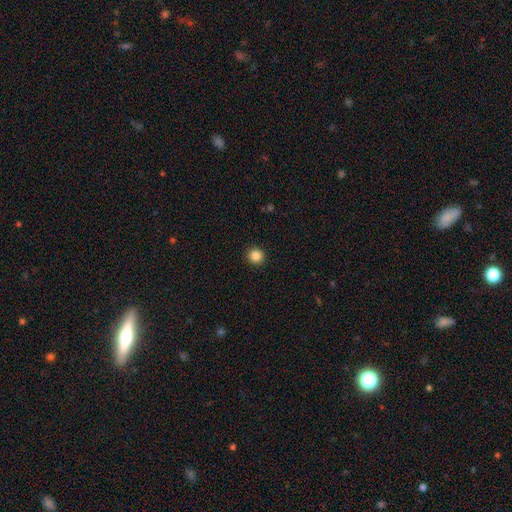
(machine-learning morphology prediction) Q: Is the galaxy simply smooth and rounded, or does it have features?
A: smooth — 86%.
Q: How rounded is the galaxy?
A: round — 93%.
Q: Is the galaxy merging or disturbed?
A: none — 93%.